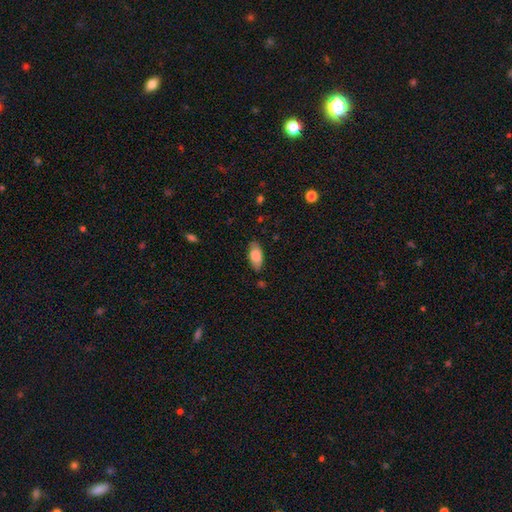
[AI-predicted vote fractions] Smooth or featured: smooth — 80% (featured or disk — 14%)
How rounded: in between — 89% (cigar-shaped — 9%)
Merging: none — 81% (minor disturbance — 15%)